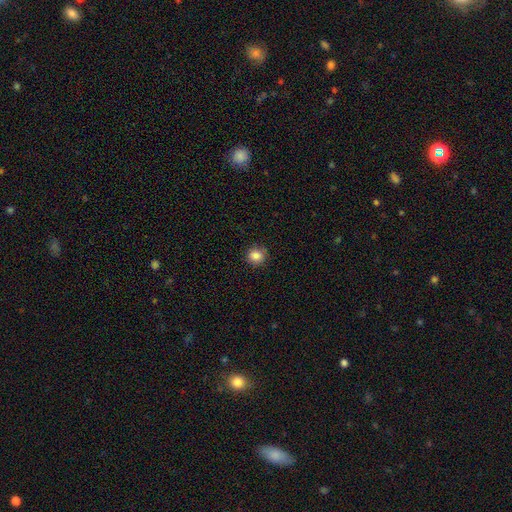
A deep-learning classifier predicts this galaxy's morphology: Smooth or featured: smooth — 85% (star or artifact — 11%)
How rounded: round — 91% (in between — 8%)
Merging: none — 86% (minor disturbance — 11%)